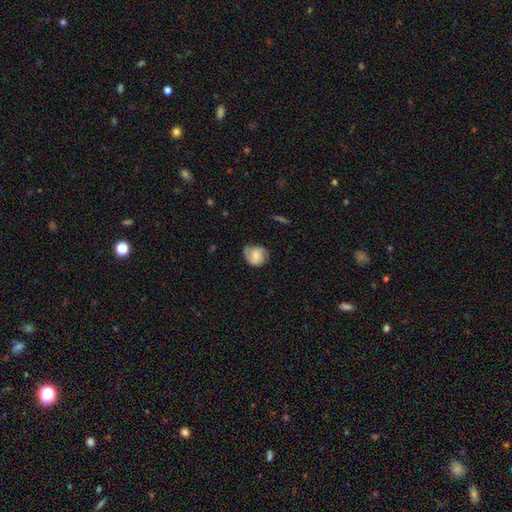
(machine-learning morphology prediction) Overall: smooth (47%; featured or disk 46%). Merging: none (63%; minor disturbance 28%).